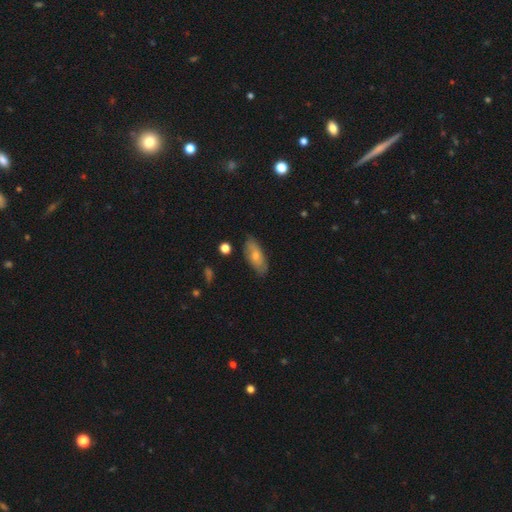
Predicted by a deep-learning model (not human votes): Smooth or featured?
  - smooth: 62% *
  - featured or disk: 32%
  - star or artifact: 6%
How rounded?
  - in between: 82% *
  - cigar-shaped: 15%
  - round: 3%
Merging?
  - none: 78% *
  - minor disturbance: 17%
  - major disturbance: 3%
  - merger: 2%